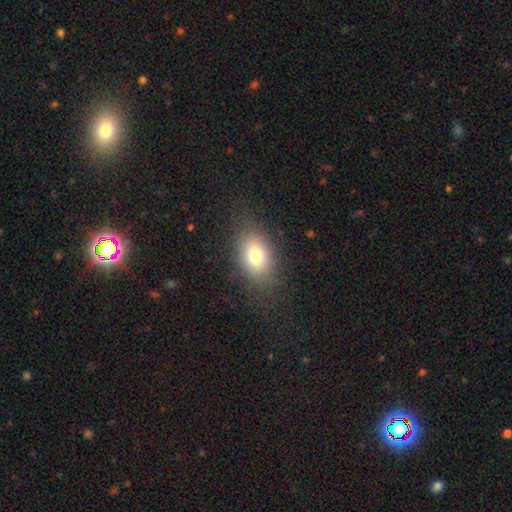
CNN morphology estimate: Overall: smooth (76%). How rounded: in between (77%). Merging: none (80%).